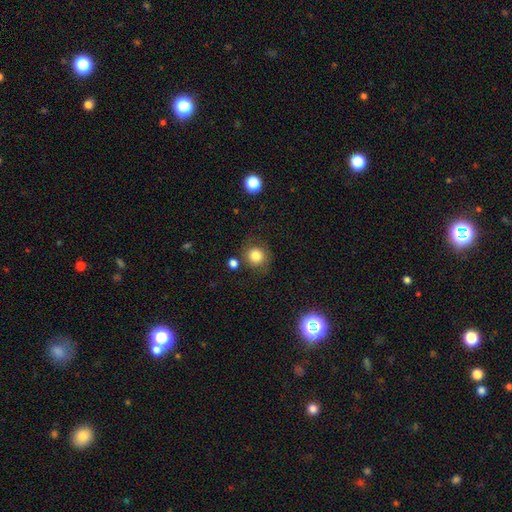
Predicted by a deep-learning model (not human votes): Smooth or featured: smooth — 78% (featured or disk — 11%)
How rounded: round — 89% (in between — 10%)
Merging: none — 71% (minor disturbance — 16%)